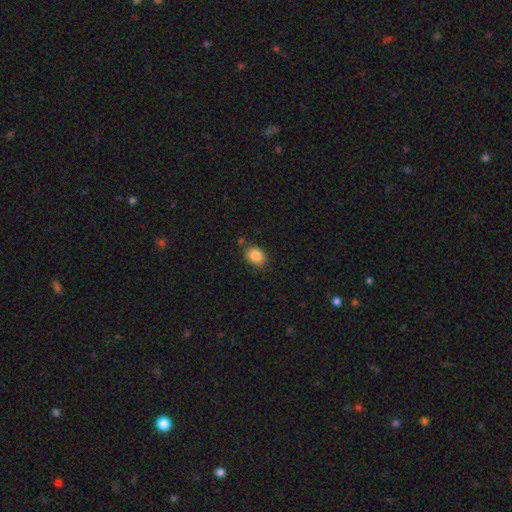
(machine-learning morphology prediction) This appears to be a smooth galaxy with no disk features (86%) that is in between round and cigar-shaped (60%). Merging: none (78%).